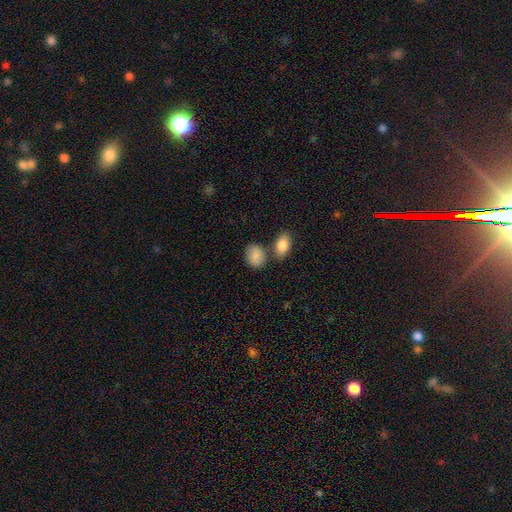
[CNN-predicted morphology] Q: Smooth or featured?
A: smooth (87%); runner-up: featured or disk (7%)
Q: How rounded?
A: in between (68%); runner-up: round (30%)
Q: Merging?
A: none (62%); runner-up: merger (19%)